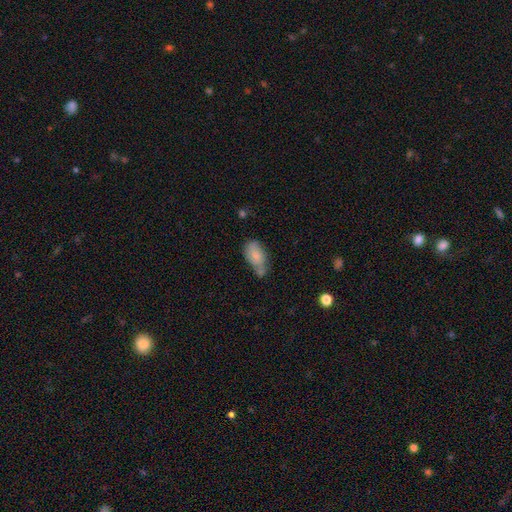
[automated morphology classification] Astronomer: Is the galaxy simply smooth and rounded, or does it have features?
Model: smooth — 74%.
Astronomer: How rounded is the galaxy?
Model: in between — 91%.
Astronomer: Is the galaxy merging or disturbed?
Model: none — 39% (runner-up: minor disturbance, 27%).